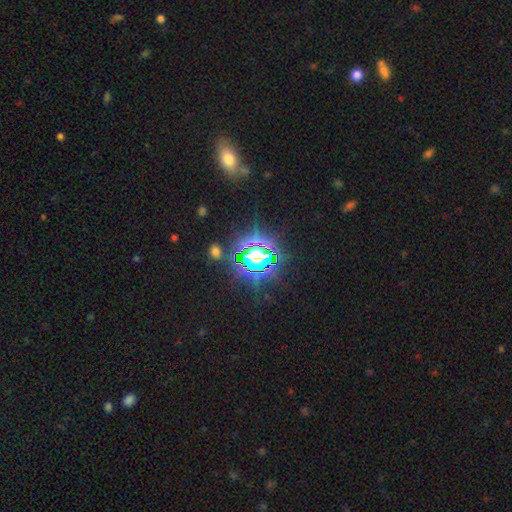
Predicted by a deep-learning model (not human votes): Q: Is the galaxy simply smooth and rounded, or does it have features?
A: star or artifact — 78%.